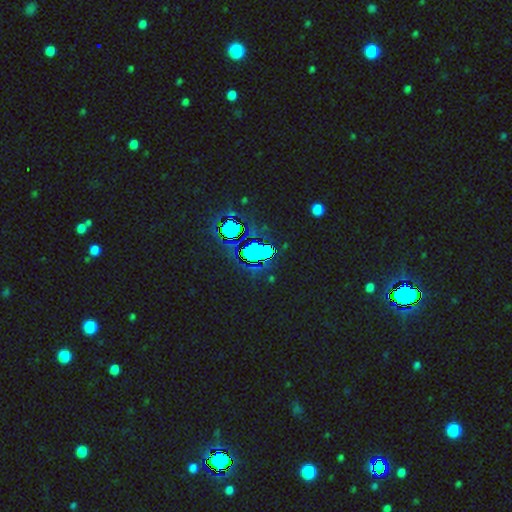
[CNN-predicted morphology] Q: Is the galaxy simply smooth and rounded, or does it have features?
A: star or artifact — 78%.